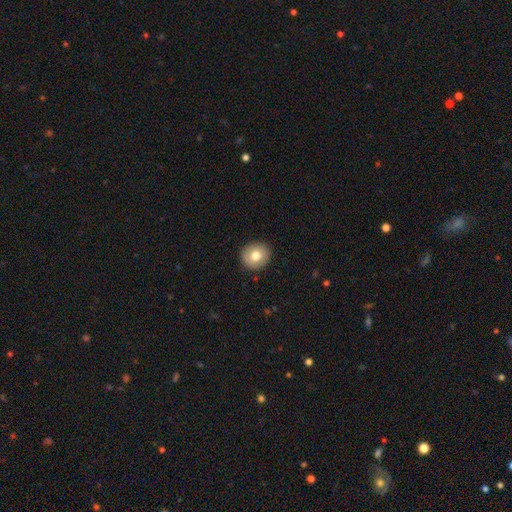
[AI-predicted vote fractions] Smooth or featured? smooth (77%)
How rounded? round (89%)
Merging? none (91%)